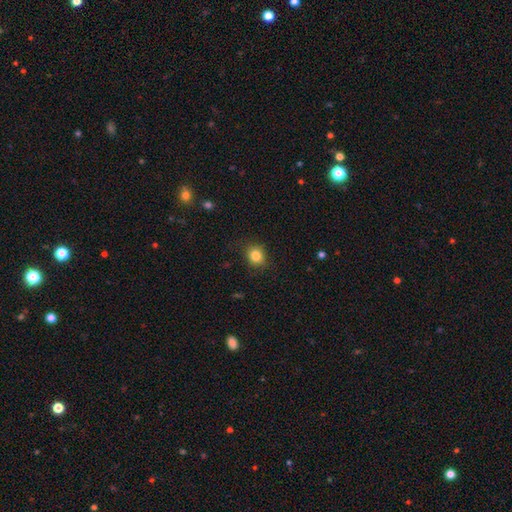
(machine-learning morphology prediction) This is clearly a smooth galaxy (84%). How rounded: likely round (71%). Merging: clearly none (84%).